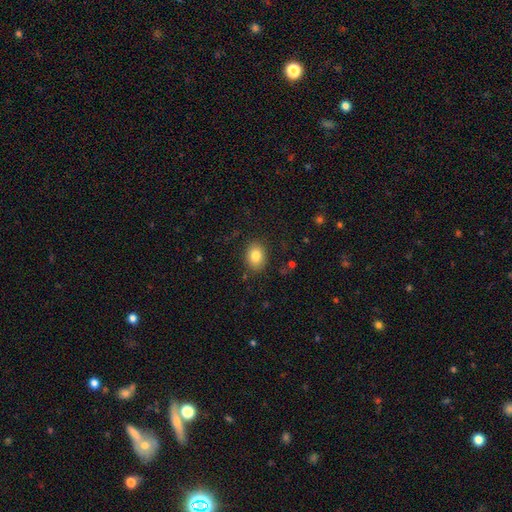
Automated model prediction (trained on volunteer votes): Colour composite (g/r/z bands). It shows a smooth galaxy with no disk features (83%) that is in between round and cigar-shaped (65%). Merging: none (86%).